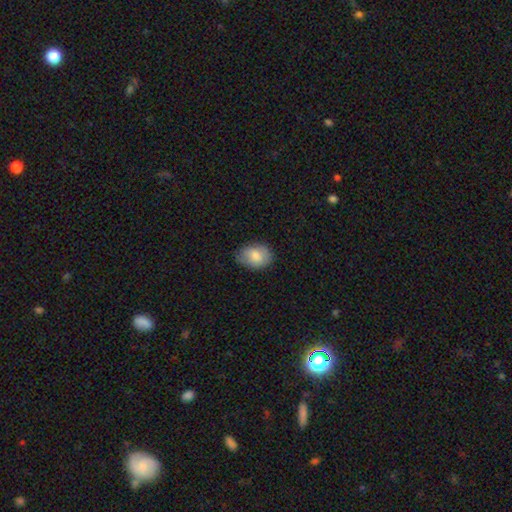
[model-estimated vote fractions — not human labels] smooth_or_featured: smooth (p=0.80) [alt: featured or disk p=0.13]
how_rounded: in between (p=0.74) [alt: round p=0.25]
merging: none (p=0.74) [alt: minor disturbance p=0.21]